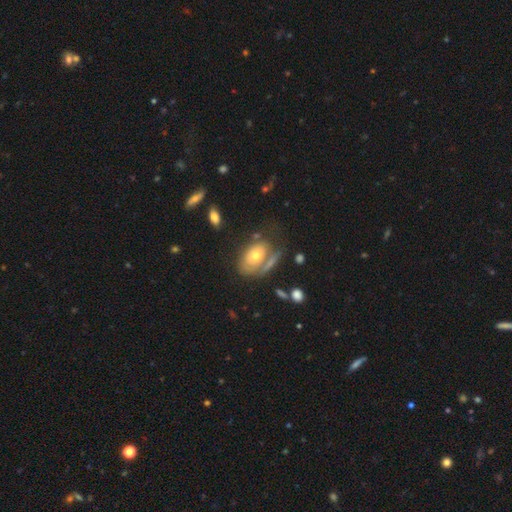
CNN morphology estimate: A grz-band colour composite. It shows a featured or disk galaxy (47%). Merging: none (45%).